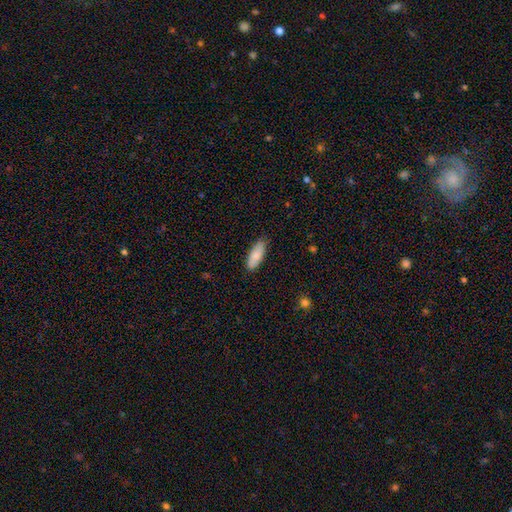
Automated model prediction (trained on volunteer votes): Q: Smooth or featured?
A: smooth (83%); runner-up: featured or disk (11%)
Q: How rounded?
A: in between (70%); runner-up: cigar-shaped (28%)
Q: Merging?
A: none (84%); runner-up: minor disturbance (13%)